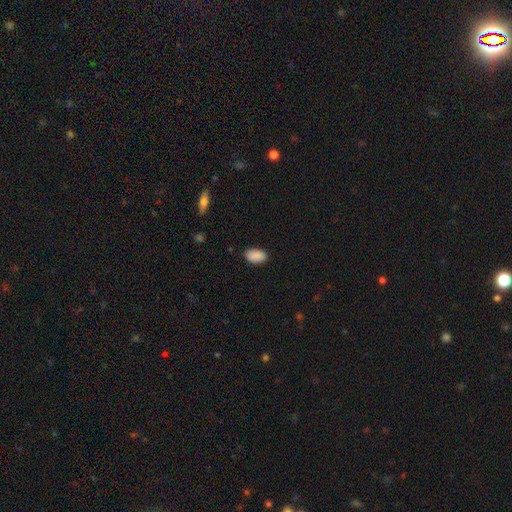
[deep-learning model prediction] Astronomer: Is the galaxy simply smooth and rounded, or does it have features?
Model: smooth — 89%.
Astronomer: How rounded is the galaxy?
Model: in between — 94%.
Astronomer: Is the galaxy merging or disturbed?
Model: none — 85%.